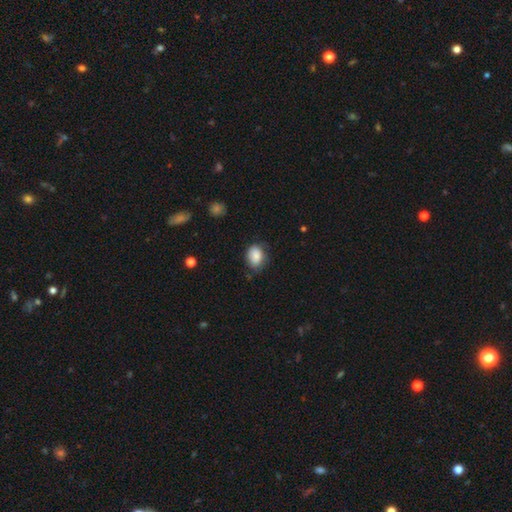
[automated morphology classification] Smooth or featured?
  - smooth: 86% *
  - star or artifact: 8%
  - featured or disk: 6%
How rounded?
  - in between: 68% *
  - round: 31%
  - cigar-shaped: 1%
Merging?
  - none: 66% *
  - minor disturbance: 26%
  - major disturbance: 6%
  - merger: 2%